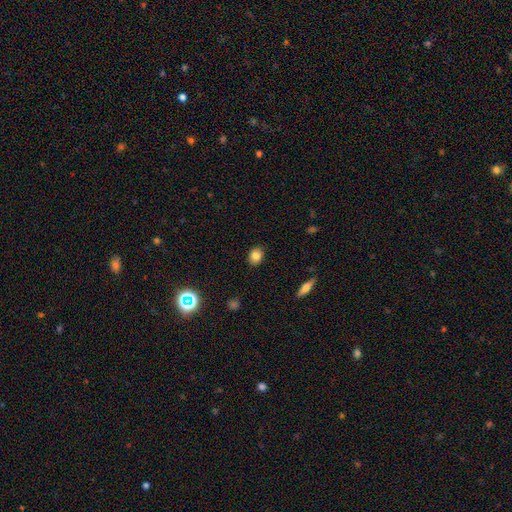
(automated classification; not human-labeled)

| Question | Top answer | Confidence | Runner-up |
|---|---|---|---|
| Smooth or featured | smooth | 83% | star or artifact (10%) |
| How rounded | round | 50% | in between (48%) |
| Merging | none | 88% | minor disturbance (9%) |